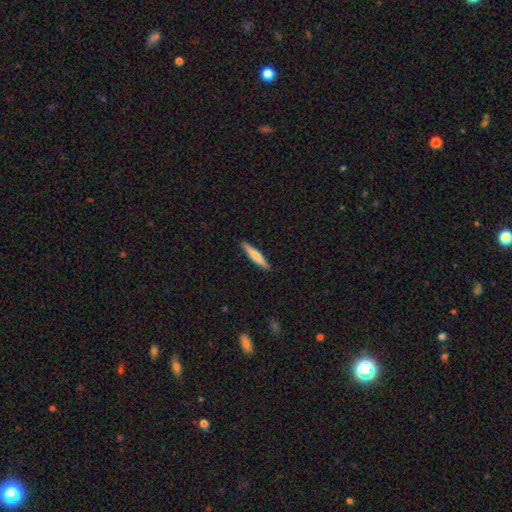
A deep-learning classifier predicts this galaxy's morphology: Smooth or featured? Predicted: smooth (p=0.61). How rounded? Predicted: cigar-shaped (p=0.91). Merging? Predicted: none (p=0.91).